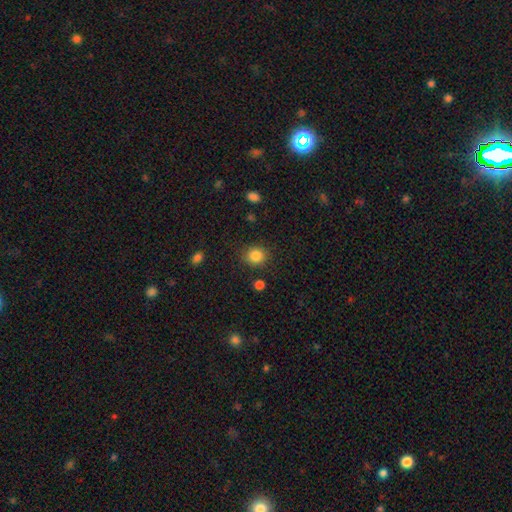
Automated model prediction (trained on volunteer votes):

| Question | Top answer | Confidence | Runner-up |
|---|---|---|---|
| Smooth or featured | smooth | 85% | star or artifact (10%) |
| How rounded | round | 82% | in between (17%) |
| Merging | none | 86% | minor disturbance (9%) |